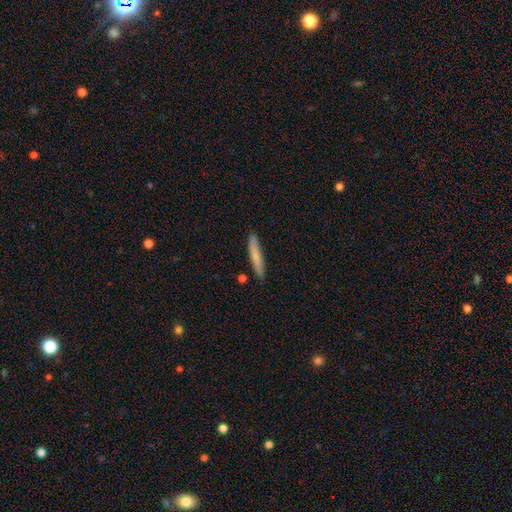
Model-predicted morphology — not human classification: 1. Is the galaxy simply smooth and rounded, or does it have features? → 73% smooth, 21% featured or disk, 6% star or artifact.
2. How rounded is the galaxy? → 93% cigar-shaped, 6% in between, 1% round.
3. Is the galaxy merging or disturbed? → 87% none, 10% minor disturbance, 2% merger, 2% major disturbance.